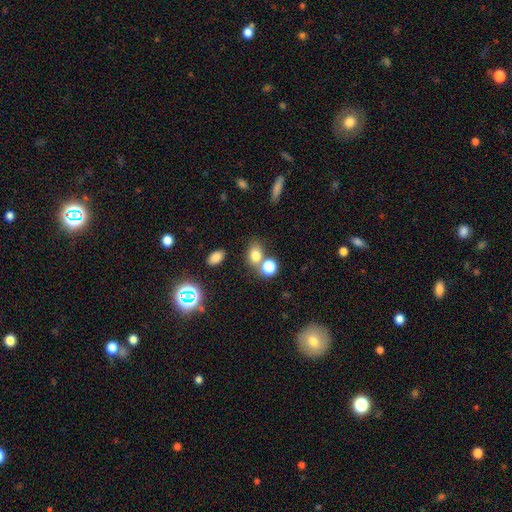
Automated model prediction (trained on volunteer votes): Morphology: type=smooth (76%); roundness=in between (56%); merging=none (56%).